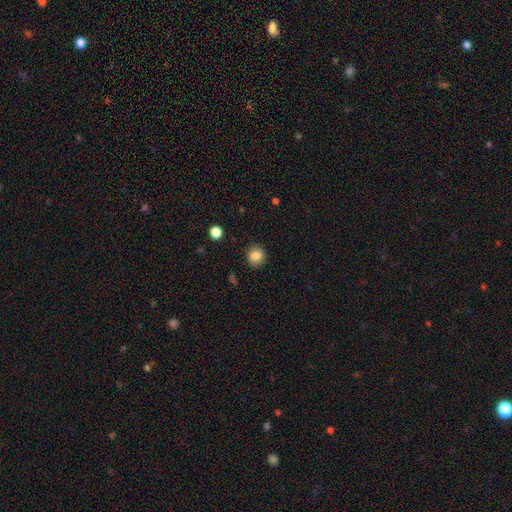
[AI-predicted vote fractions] smooth-or-featured: smooth: 85% | star or artifact: 10% | featured or disk: 5%
  how-rounded: round: 86% | in between: 13% | cigar-shaped: 1%
  merging: none: 86% | minor disturbance: 10% | major disturbance: 3% | merger: 1%